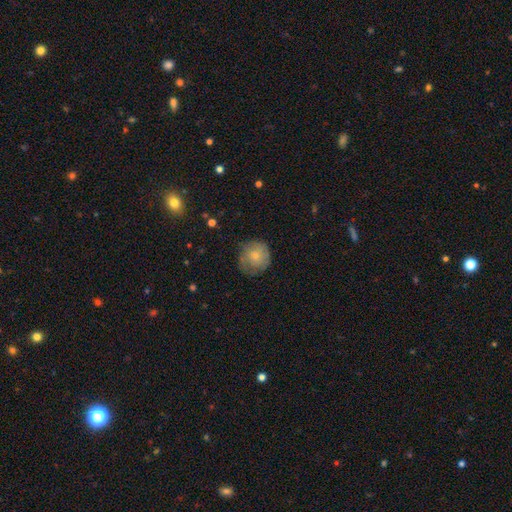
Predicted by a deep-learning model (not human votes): Smooth or featured: smooth — 67% (featured or disk — 26%)
How rounded: round — 87% (in between — 12%)
Merging: none — 61% (minor disturbance — 27%)